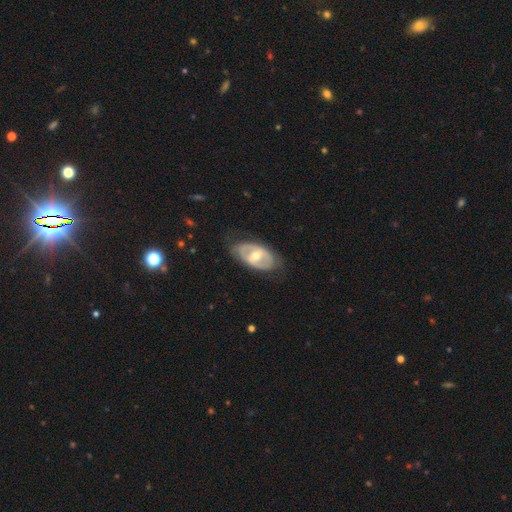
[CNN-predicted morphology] Smooth or featured: featured or disk — 65% (smooth — 29%)
Edge-on disk: no — 91% (yes — 9%)
Bar: weak — 39% (no — 31%)
Spiral arms: no — 61% (yes — 39%)
Bulge size: moderate — 66% (small — 28%)
Merging: none — 72% (minor disturbance — 19%)